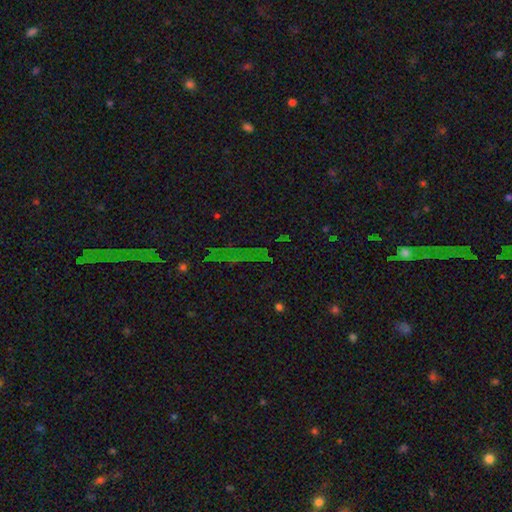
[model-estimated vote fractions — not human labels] A star or artifact, not a galaxy (72%).